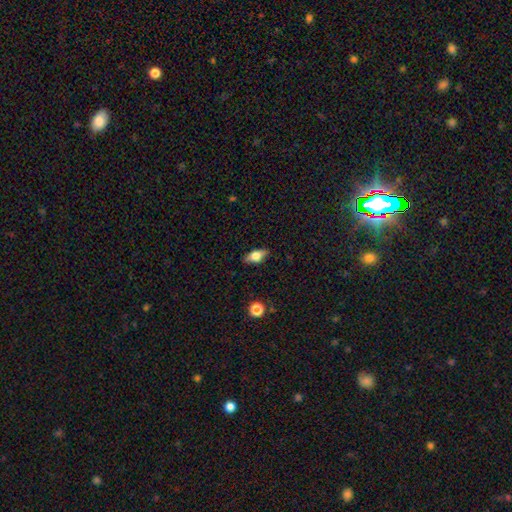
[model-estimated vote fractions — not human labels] smooth-or-featured: smooth: 63% | featured or disk: 29% | star or artifact: 8%
  how-rounded: in between: 81% | cigar-shaped: 12% | round: 7%
  merging: none: 84% | minor disturbance: 12% | major disturbance: 2% | merger: 1%